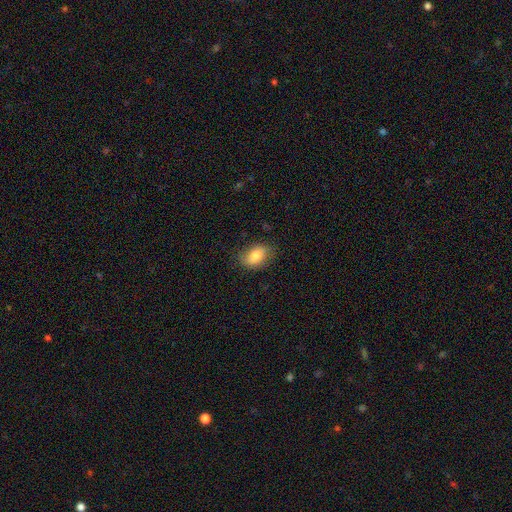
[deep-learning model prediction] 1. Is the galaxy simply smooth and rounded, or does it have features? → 80% smooth, 13% featured or disk, 8% star or artifact.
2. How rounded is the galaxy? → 83% in between, 15% round, 2% cigar-shaped.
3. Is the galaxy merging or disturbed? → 78% none, 17% minor disturbance, 4% major disturbance, 1% merger.